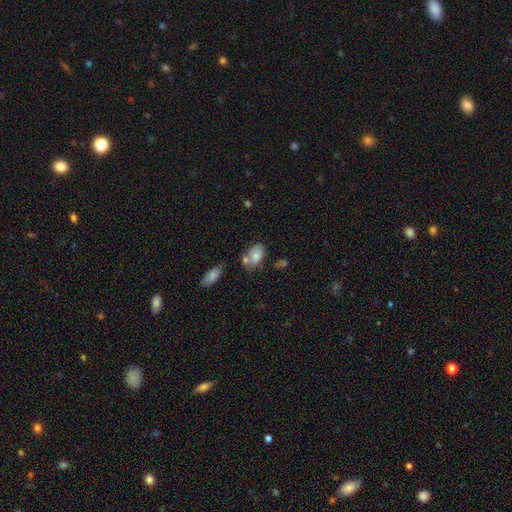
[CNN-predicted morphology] Smooth or featured?
  - smooth: 75% *
  - featured or disk: 17%
  - star or artifact: 8%
How rounded?
  - in between: 88% *
  - round: 10%
  - cigar-shaped: 2%
Merging?
  - none: 48% *
  - merger: 24%
  - minor disturbance: 21%
  - major disturbance: 7%